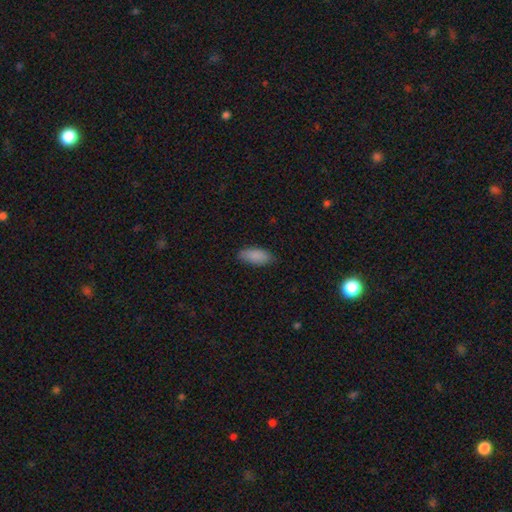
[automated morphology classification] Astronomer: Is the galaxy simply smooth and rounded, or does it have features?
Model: smooth — 89%.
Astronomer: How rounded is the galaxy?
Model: in between — 89%.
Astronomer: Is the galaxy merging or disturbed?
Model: none — 84%.